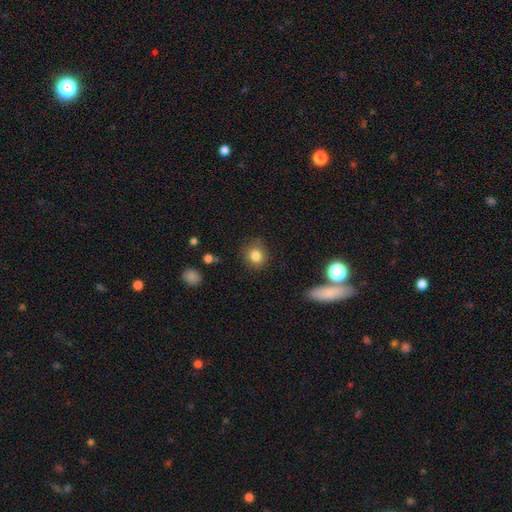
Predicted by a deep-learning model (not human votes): smooth 83%, star or artifact 11%, featured or disk 7%. Down the decision tree: how rounded — round (78%); merging — none (83%).